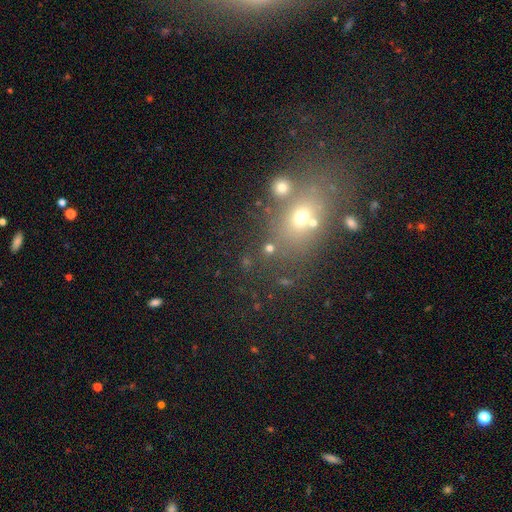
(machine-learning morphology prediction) This is marginally a smooth galaxy (43%). Merging: likely none (61%).